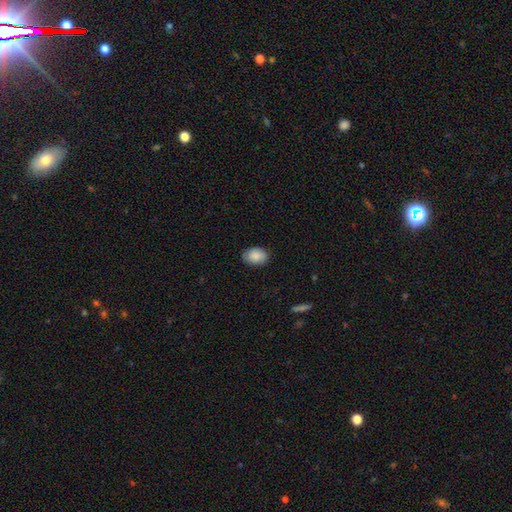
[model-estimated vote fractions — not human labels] smooth 90%, star or artifact 7%, featured or disk 4%. Down the decision tree: how rounded — in between (82%); merging — none (86%).